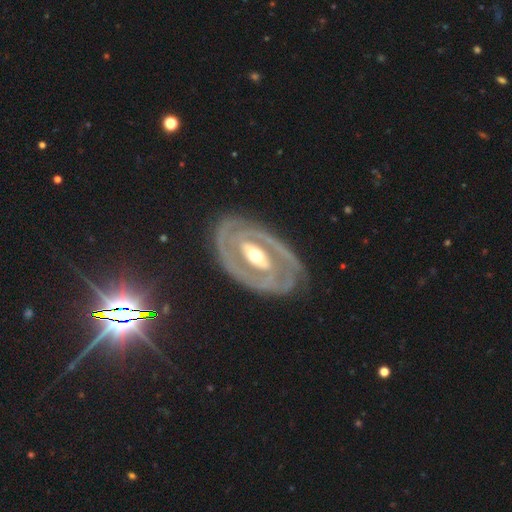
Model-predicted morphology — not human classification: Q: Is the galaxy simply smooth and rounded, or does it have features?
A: featured or disk — 86%.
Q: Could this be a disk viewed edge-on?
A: no — 94%.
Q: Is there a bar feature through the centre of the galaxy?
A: strong — 43%.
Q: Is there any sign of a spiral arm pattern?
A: yes — 77%.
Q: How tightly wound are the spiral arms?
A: tight — 69%.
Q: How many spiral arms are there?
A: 2 — 61%.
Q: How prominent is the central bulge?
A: moderate — 69%.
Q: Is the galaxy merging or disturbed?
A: none — 75%.